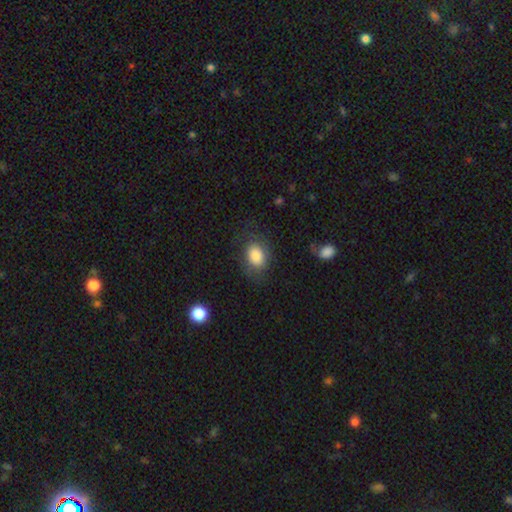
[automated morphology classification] A smooth galaxy with no disk features (80%) that is in between round and cigar-shaped (72%). Merging: none (68%).